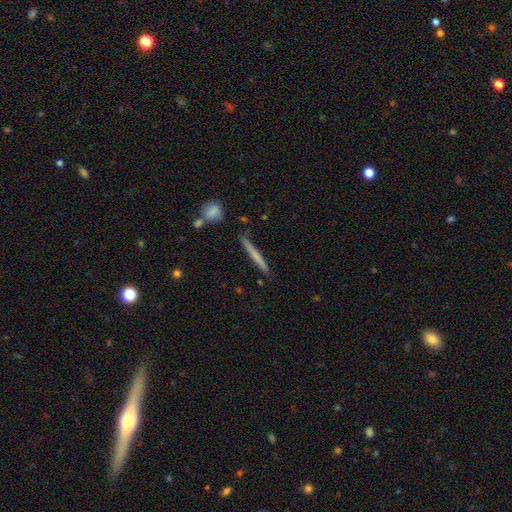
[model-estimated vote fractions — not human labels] Smooth or featured? smooth (59%)
How rounded? cigar-shaped (96%)
Merging? none (86%)